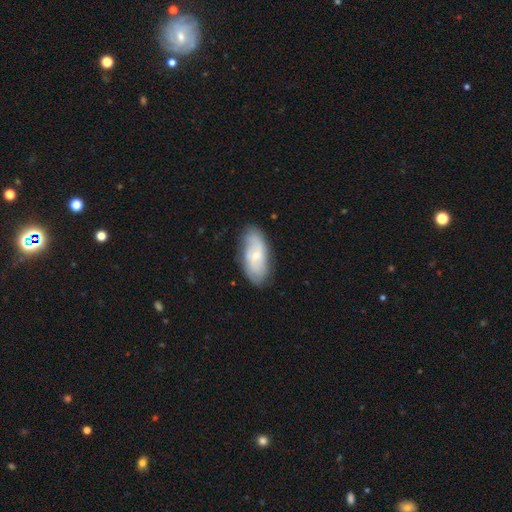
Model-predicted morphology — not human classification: Q: Smooth or featured?
A: featured or disk (51%); runner-up: smooth (42%)
Q: Edge-on disk?
A: no (90%); runner-up: yes (10%)
Q: Merging?
A: none (76%); runner-up: minor disturbance (18%)